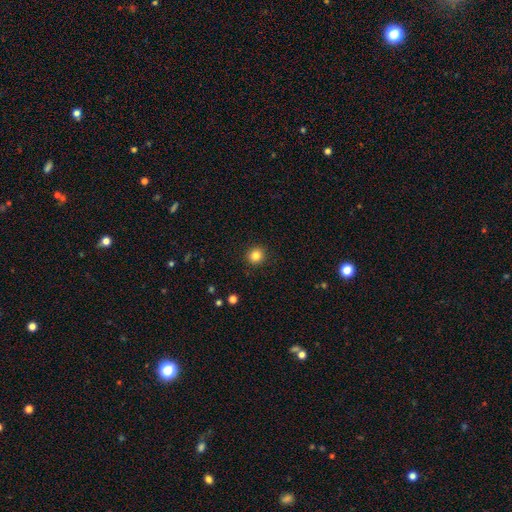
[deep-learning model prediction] Overall: smooth (84%). How rounded: round (89%). Merging: none (92%).